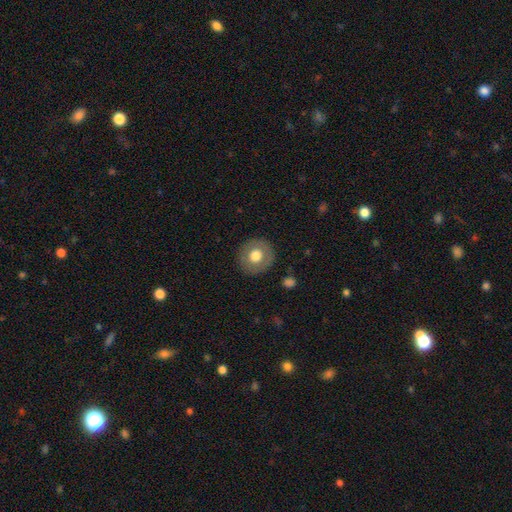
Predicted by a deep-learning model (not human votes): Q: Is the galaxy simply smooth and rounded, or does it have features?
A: smooth — 66%.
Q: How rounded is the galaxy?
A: round — 89%.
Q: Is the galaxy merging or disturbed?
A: none — 87%.